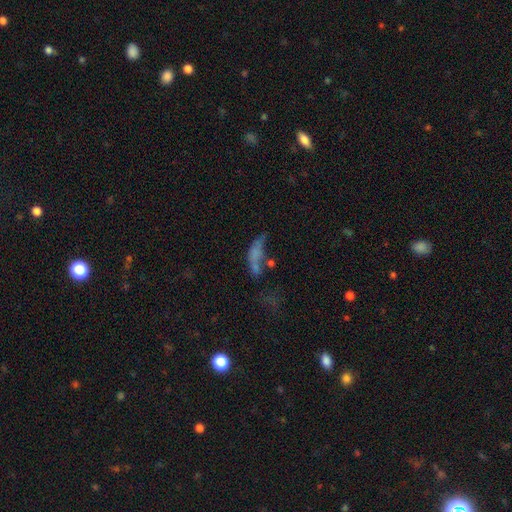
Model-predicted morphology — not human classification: Smooth or featured? Predicted: smooth (p=0.49). Merging? Predicted: major disturbance (p=0.31, tied with merger).